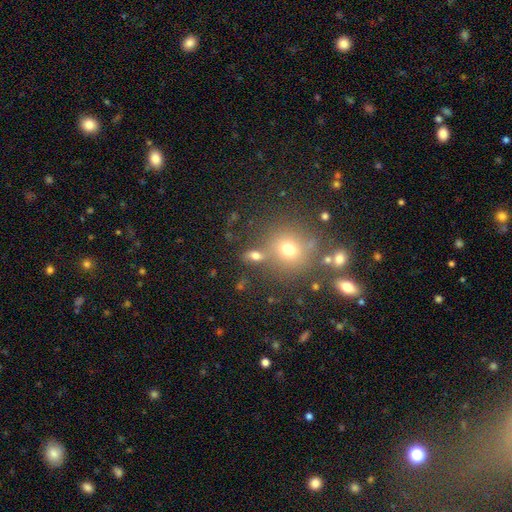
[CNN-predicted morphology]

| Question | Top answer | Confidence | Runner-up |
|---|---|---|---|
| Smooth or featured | smooth | 66% | star or artifact (20%) |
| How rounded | in between | 57% | round (36%) |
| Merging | none | 63% | merger (18%) |